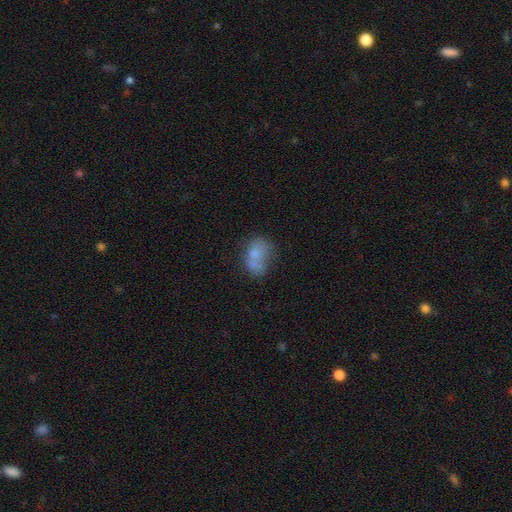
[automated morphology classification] smooth-or-featured: smooth: 68% | featured or disk: 21% | star or artifact: 11%
  how-rounded: in between: 68% | round: 31% | cigar-shaped: 2%
  merging: merger: 46% | none: 28% | minor disturbance: 16% | major disturbance: 10%